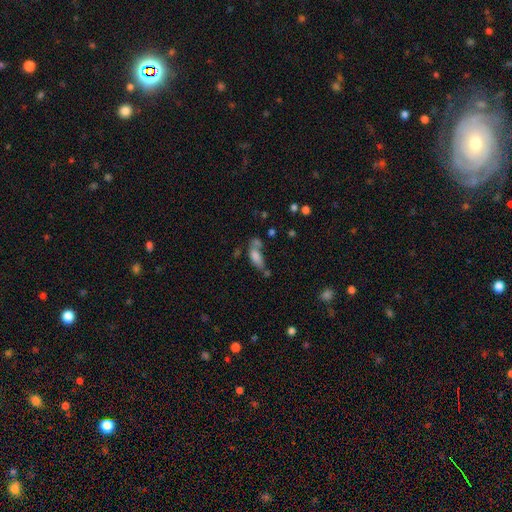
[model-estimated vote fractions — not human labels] A smooth galaxy with no disk features (74%) that is in between round and cigar-shaped (79%). Merging: merger (37%).